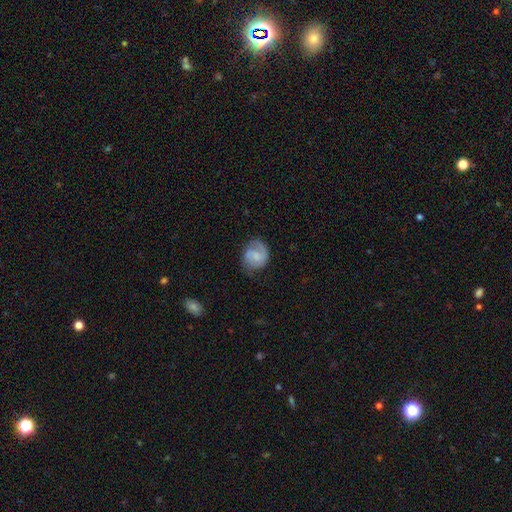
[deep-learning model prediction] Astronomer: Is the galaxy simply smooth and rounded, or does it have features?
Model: featured or disk — 55% (runner-up: smooth, 38%).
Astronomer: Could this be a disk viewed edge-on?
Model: no — 98%.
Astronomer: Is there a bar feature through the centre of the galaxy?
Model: no — 45%, tied with weak at 45%.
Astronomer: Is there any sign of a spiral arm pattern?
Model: yes — 90%.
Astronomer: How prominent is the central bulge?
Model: small — 42% (runner-up: none, 31%).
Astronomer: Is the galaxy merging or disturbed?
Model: none — 66%.